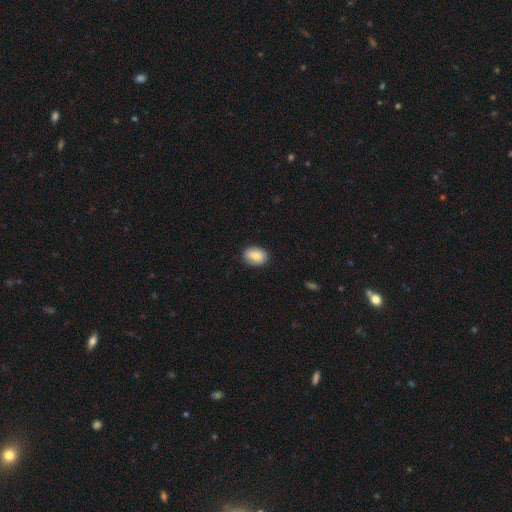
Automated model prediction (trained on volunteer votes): This is clearly a smooth galaxy (81%). How rounded: likely in between (71%). Merging: clearly none (87%).